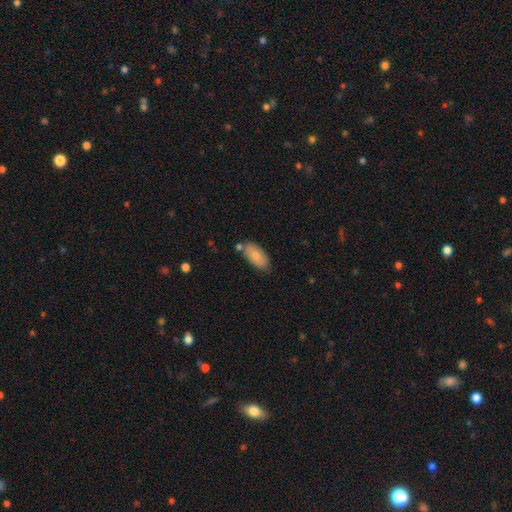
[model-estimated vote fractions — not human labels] This is clearly a smooth galaxy (81%). How rounded: clearly in between (93%). Merging: likely none (72%).